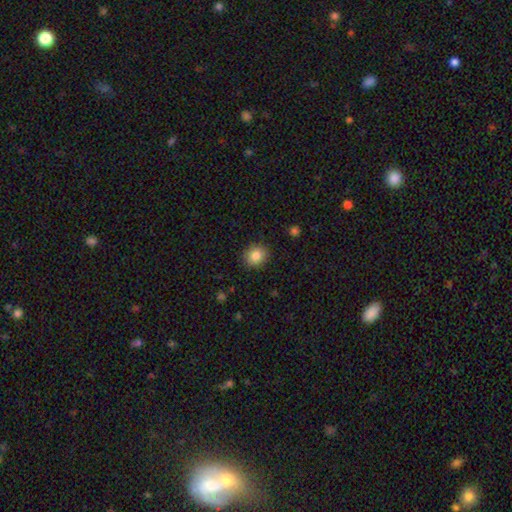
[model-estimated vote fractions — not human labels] The model was most divided on "how rounded": round: 77%, in between: 22%, cigar-shaped: 1%. More confident: merging — none (89%); smooth or featured — smooth (84%).